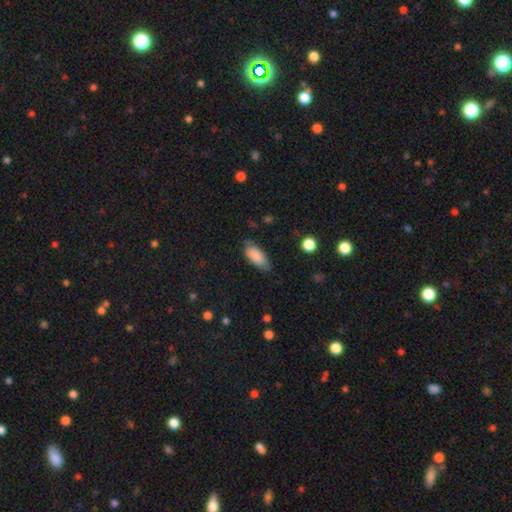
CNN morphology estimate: smooth_or_featured: smooth (p=0.87) [alt: featured or disk p=0.07]
how_rounded: in between (p=0.88) [alt: cigar-shaped p=0.10]
merging: none (p=0.71) [alt: minor disturbance p=0.23]